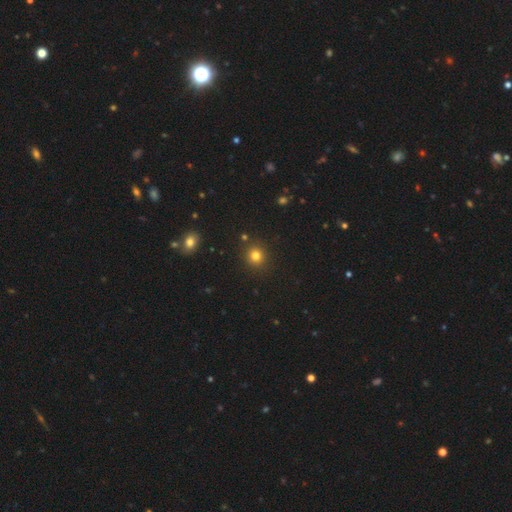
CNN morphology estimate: This is likely a smooth galaxy (79%). How rounded: clearly round (89%). Merging: clearly none (88%).